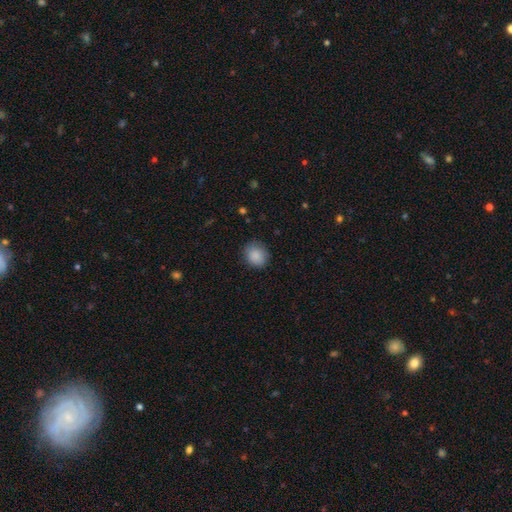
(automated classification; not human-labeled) This appears to be a smooth galaxy with no disk features (88%) that is round (69%). Merging: none (82%).